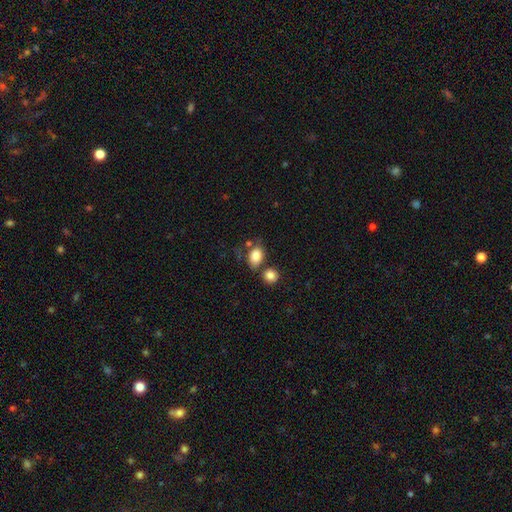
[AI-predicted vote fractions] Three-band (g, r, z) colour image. It shows a smooth galaxy with no disk features (84%) that is in between round and cigar-shaped (77%). Merging: none (59%).